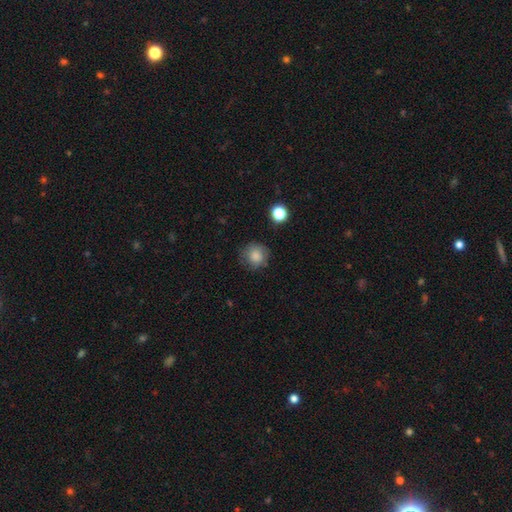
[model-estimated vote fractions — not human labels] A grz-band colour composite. It shows a smooth galaxy with no disk features (83%) that is round (91%). Merging: none (78%).